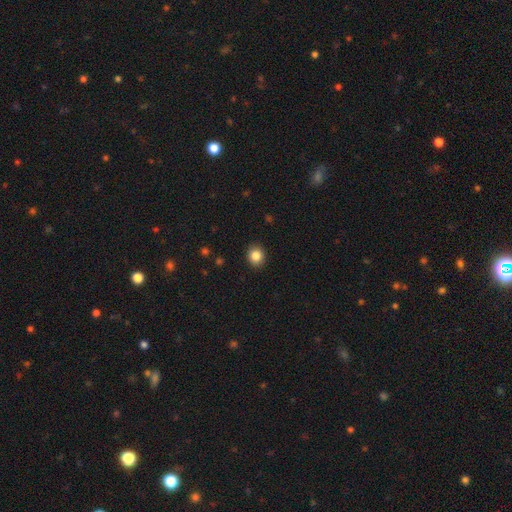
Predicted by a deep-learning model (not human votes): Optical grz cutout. It shows a smooth galaxy with no disk features (85%) that is round (73%). Merging: none (91%).